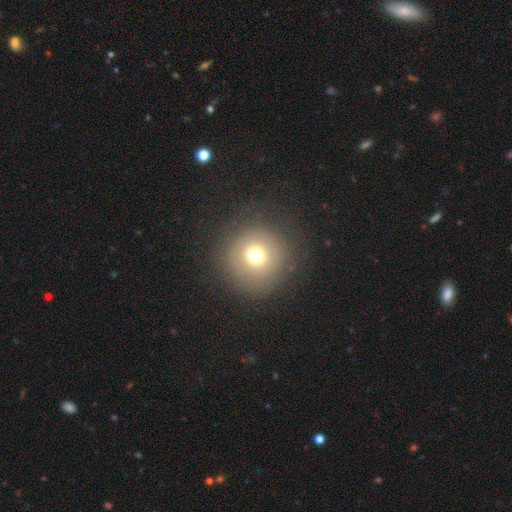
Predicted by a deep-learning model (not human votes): Smooth or featured? Predicted: smooth (p=0.69). How rounded? Predicted: round (p=0.95). Merging? Predicted: none (p=0.85).